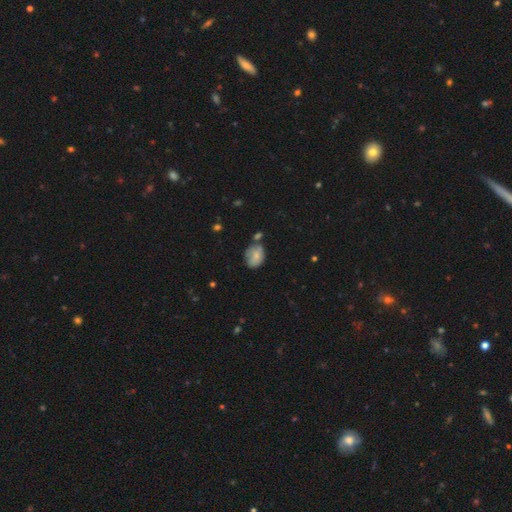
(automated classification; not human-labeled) This appears to be a smooth galaxy with no disk features (69%) that is in between round and cigar-shaped (69%). Merging: none (45%).